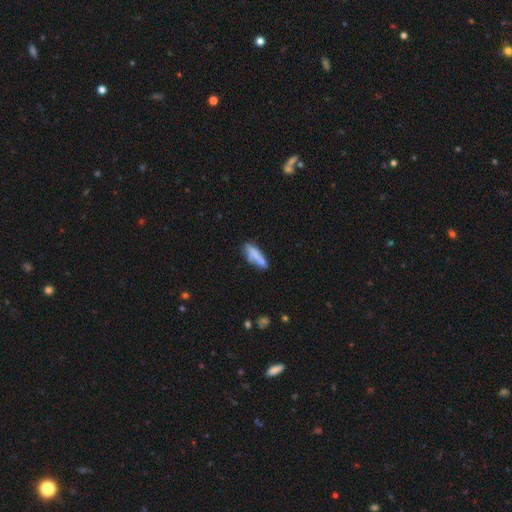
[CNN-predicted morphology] Smooth or featured: smooth — 72% (featured or disk — 20%)
How rounded: cigar-shaped — 66% (in between — 32%)
Merging: none — 56% (minor disturbance — 24%)